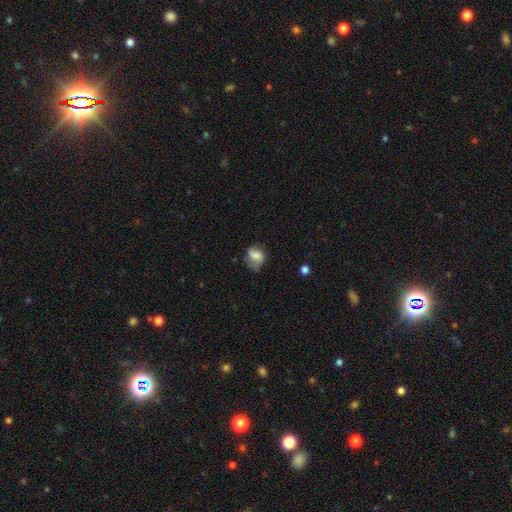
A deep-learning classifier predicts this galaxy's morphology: This is likely a smooth galaxy (66%). How rounded: possibly in between (54%). Merging: marginally none (41%).